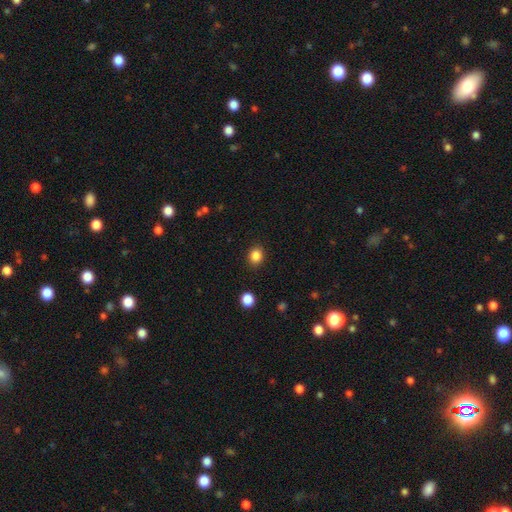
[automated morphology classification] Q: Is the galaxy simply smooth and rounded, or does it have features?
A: smooth — 85%.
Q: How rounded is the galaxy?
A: round — 68%.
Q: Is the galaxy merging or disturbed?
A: none — 89%.